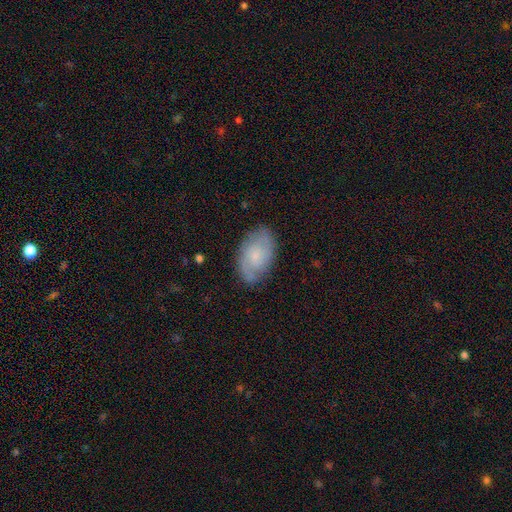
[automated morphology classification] This appears to be a featured or disk galaxy (55%) with no bar (67%), spiral arms (86%) and a small central bulge (54%). Merging: none (79%).